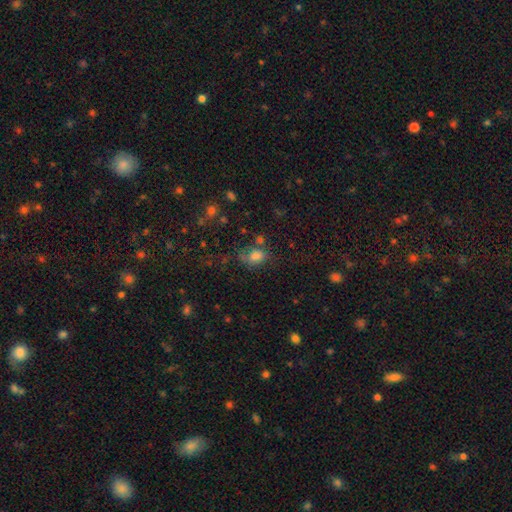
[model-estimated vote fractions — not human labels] This is likely a smooth galaxy (75%). How rounded: likely in between (66%). Merging: possibly none (51%).